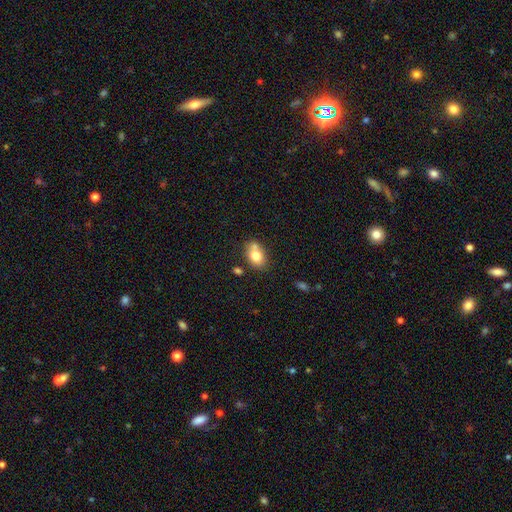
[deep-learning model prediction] This appears to be a smooth galaxy with no disk features (76%) that is in between round and cigar-shaped (74%). Merging: none (56%).